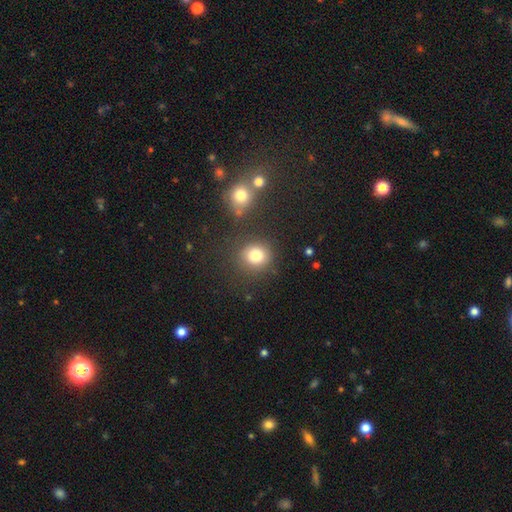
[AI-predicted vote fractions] Overall: smooth (81%). How rounded: round (83%). Merging: none (80%).